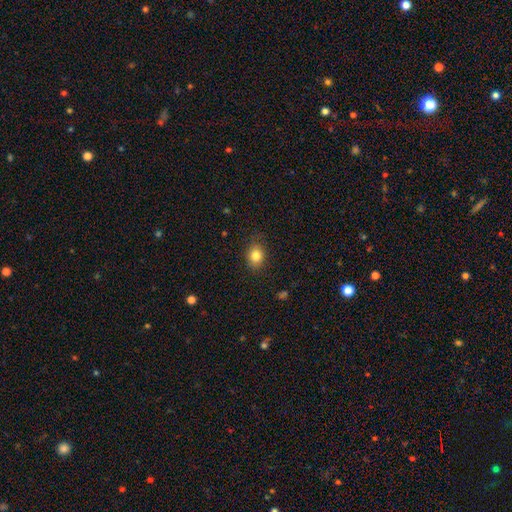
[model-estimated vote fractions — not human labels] A smooth galaxy with no disk features (83%) that is round (49%, tied with in between).

Vote fractions:
- Smooth or featured? smooth: 83% / star or artifact: 10% / featured or disk: 7%
- How rounded? round: 49% (tied) / in between: 49% (tied) / cigar-shaped: 1%
- Merging? none: 82% / minor disturbance: 14% / major disturbance: 3% / merger: 1%